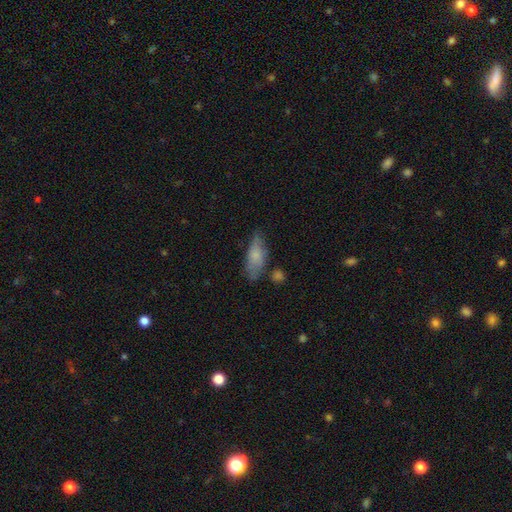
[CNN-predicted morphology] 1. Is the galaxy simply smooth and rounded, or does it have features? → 71% smooth, 22% featured or disk, 7% star or artifact.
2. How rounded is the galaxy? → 70% in between, 27% cigar-shaped, 3% round.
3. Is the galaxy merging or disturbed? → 60% none, 26% minor disturbance, 8% major disturbance, 6% merger.